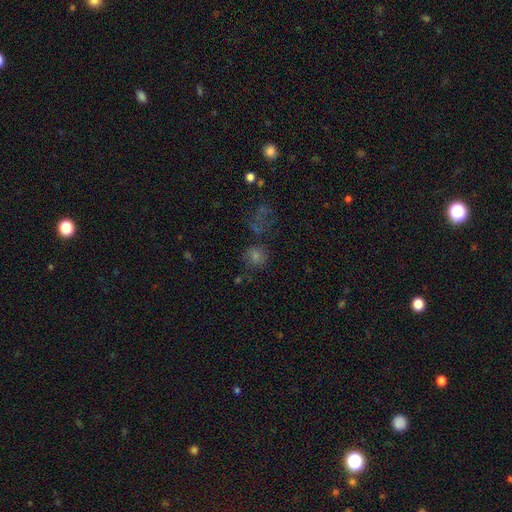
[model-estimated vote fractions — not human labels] Overall: smooth (47%; star or artifact 34%). Merging: none (60%).